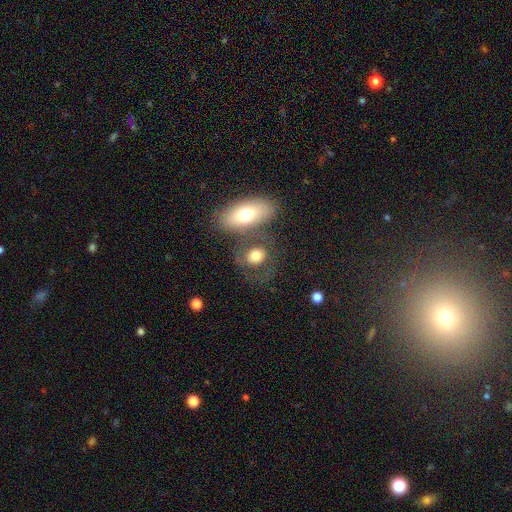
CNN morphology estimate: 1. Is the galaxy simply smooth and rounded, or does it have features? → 69% smooth, 22% featured or disk, 8% star or artifact.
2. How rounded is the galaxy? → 51% in between, 47% round, 2% cigar-shaped.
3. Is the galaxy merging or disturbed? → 50% none, 25% merger, 14% minor disturbance, 11% major disturbance.